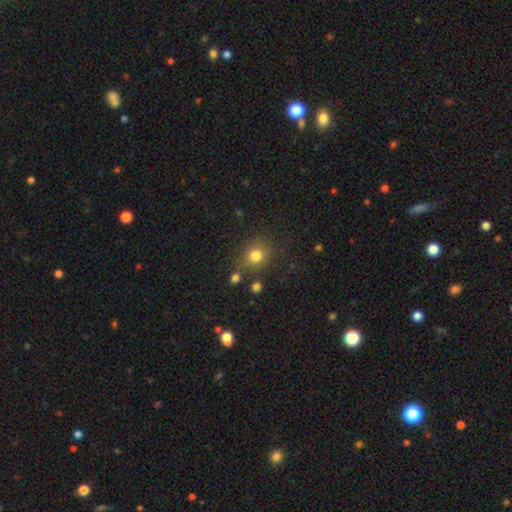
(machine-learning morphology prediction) The model was most divided on "how rounded": round: 78%, in between: 21%, cigar-shaped: 1%. More confident: smooth or featured — smooth (78%); merging — none (77%).